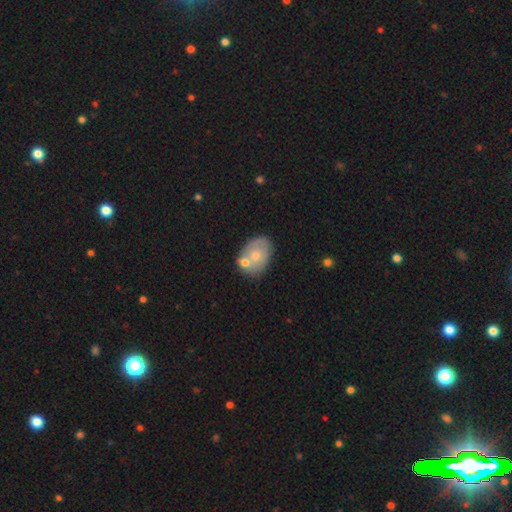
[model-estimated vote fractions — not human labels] The model was most divided on "smooth or featured": smooth: 59%, featured or disk: 34%, star or artifact: 7%. More confident: how rounded — in between (80%); merging — none (54%).